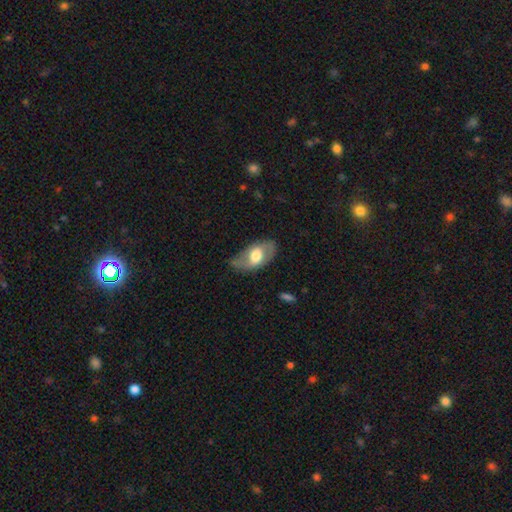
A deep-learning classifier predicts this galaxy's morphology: smooth_or_featured: smooth (p=0.48) [alt: featured or disk p=0.46]
merging: none (p=0.63) [alt: minor disturbance p=0.26]